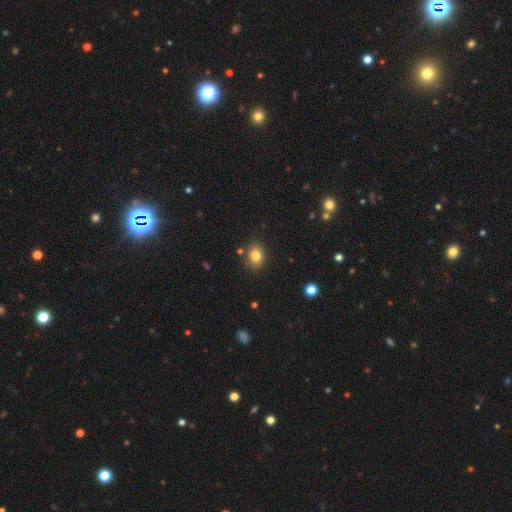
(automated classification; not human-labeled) Overall: smooth (81%). How rounded: in between (58%; round 41%). Merging: none (83%).